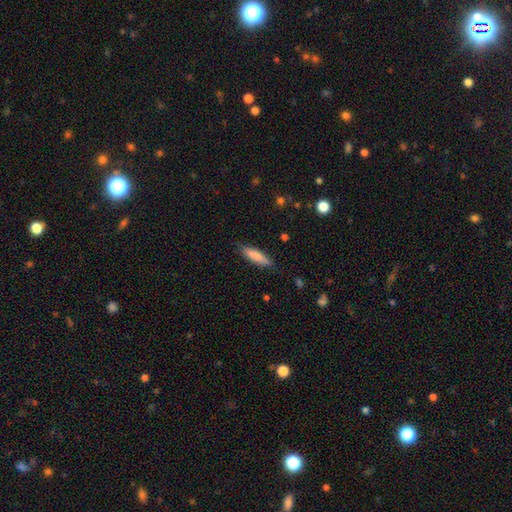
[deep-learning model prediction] Smooth or featured?
  - smooth: 81% *
  - featured or disk: 14%
  - star or artifact: 6%
How rounded?
  - cigar-shaped: 70% *
  - in between: 29%
  - round: 1%
Merging?
  - none: 83% *
  - minor disturbance: 13%
  - major disturbance: 2%
  - merger: 1%